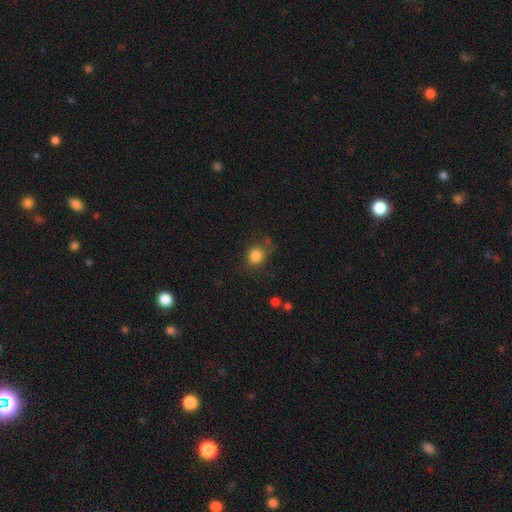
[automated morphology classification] This is clearly a smooth galaxy (83%). How rounded: likely round (75%). Merging: likely none (60%).